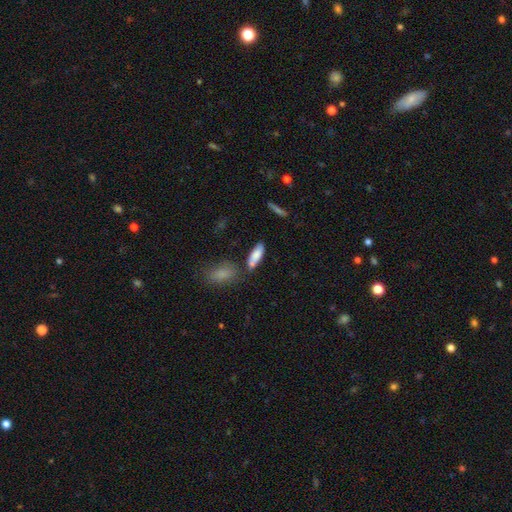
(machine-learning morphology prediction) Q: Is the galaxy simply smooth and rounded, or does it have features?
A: smooth — 81%.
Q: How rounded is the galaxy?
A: in between — 61%.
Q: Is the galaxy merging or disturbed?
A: none — 64%.